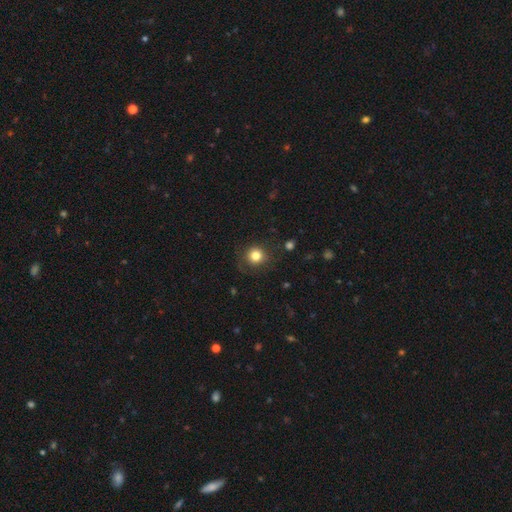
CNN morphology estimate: Smooth or featured? smooth (81%)
How rounded? round (92%)
Merging? none (82%)